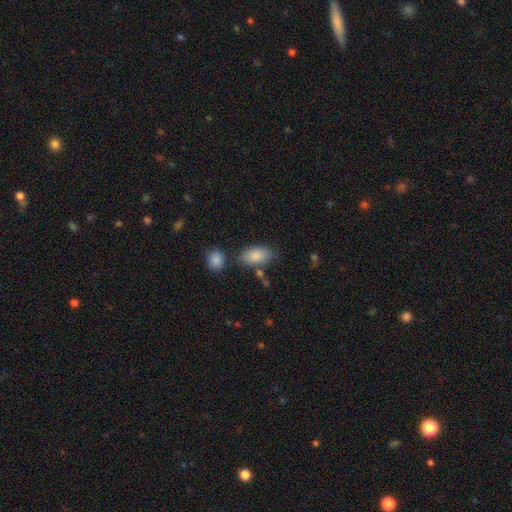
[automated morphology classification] This is clearly a smooth galaxy (86%). How rounded: clearly in between (92%). Merging: likely none (71%).